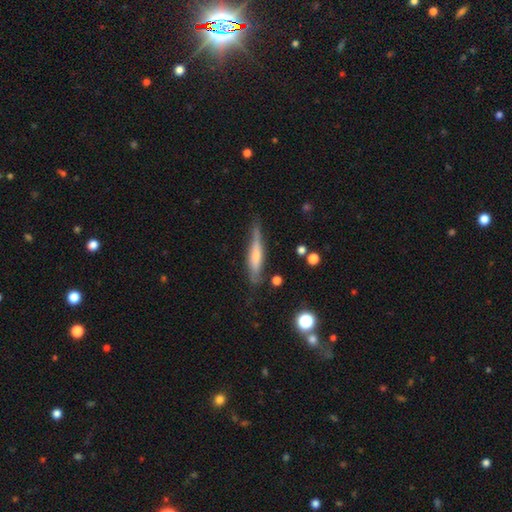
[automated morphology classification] smooth_or_featured: featured or disk (p=0.52) [alt: smooth p=0.41]
disk_edge_on: yes (p=0.91) [alt: no p=0.09]
merging: none (p=0.73) [alt: minor disturbance p=0.20]